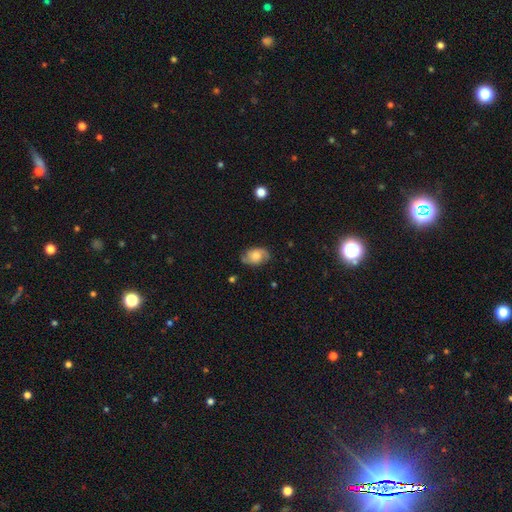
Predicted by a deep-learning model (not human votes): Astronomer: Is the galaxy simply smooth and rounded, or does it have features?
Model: featured or disk — 52% (runner-up: smooth, 39%).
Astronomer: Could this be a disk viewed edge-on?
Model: no — 95%.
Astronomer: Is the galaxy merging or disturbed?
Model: none — 76%.